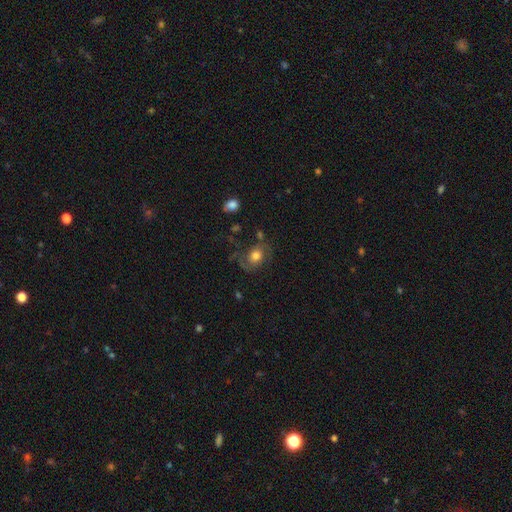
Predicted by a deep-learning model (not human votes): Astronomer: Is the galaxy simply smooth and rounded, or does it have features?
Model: smooth — 49% (runner-up: featured or disk, 41%).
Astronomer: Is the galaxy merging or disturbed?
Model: none — 57%.